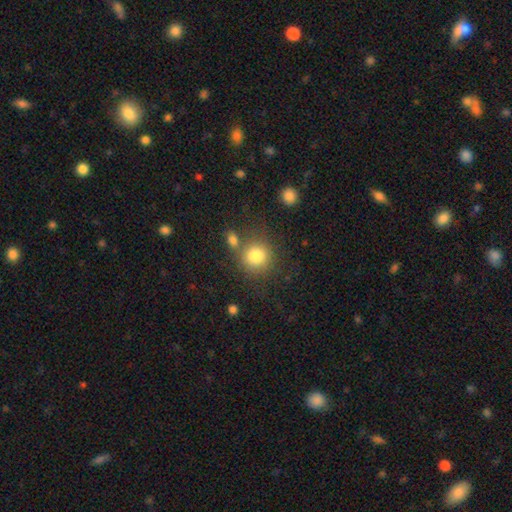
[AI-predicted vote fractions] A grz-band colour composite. It shows a smooth galaxy with no disk features (82%) that is round (86%). Merging: none (66%).